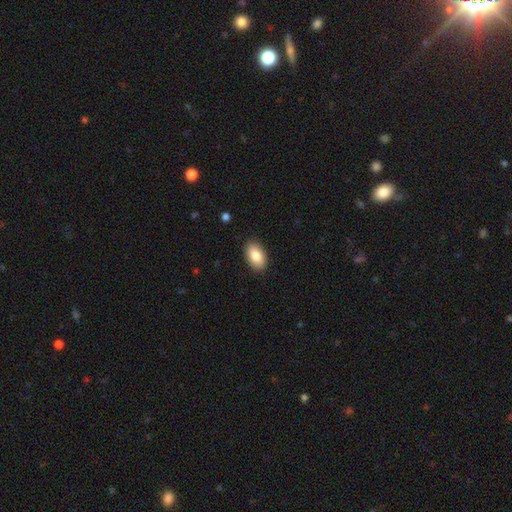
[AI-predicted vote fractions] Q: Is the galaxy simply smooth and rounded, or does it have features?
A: smooth — 85%.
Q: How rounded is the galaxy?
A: in between — 94%.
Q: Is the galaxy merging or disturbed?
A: none — 89%.